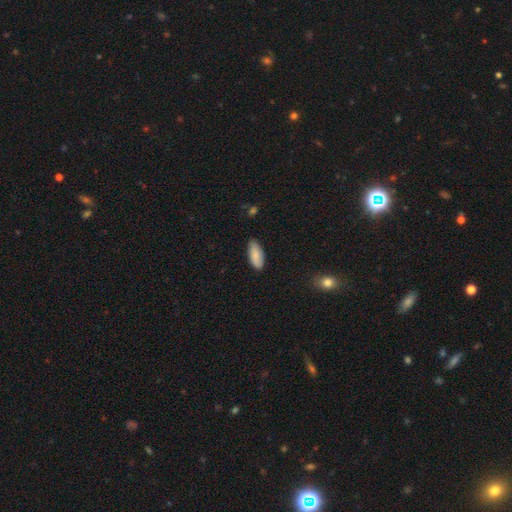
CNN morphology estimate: Smooth or featured: smooth — 84% (featured or disk — 10%)
How rounded: in between — 83% (cigar-shaped — 15%)
Merging: none — 82% (minor disturbance — 14%)